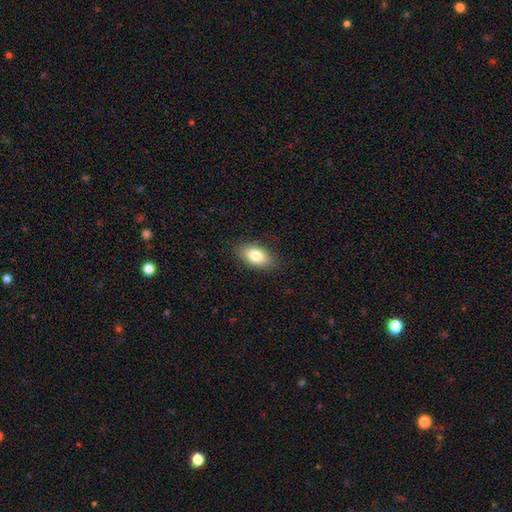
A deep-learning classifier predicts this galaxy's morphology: smooth_or_featured: smooth (p=0.81) [alt: featured or disk p=0.11]
how_rounded: in between (p=0.91) [alt: round p=0.06]
merging: none (p=0.86) [alt: minor disturbance p=0.11]